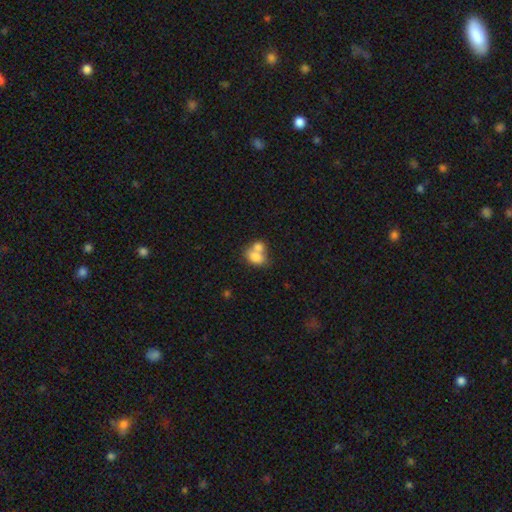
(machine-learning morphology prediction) Smooth or featured? Predicted: smooth (p=0.76). How rounded? Predicted: in between (p=0.70). Merging? Predicted: merger (p=0.64).